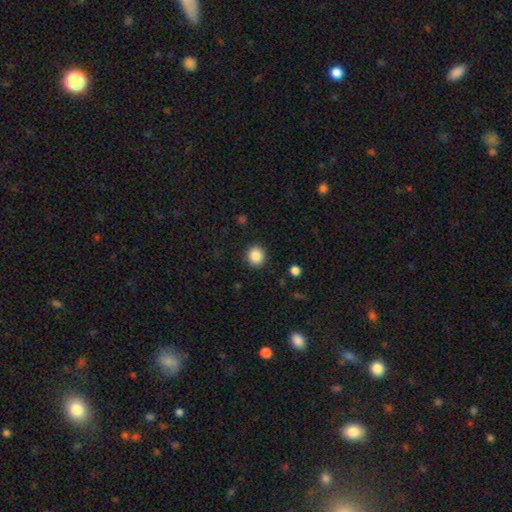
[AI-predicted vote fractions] Q: Smooth or featured?
A: smooth (86%); runner-up: star or artifact (10%)
Q: How rounded?
A: round (89%); runner-up: in between (10%)
Q: Merging?
A: none (90%); runner-up: minor disturbance (6%)